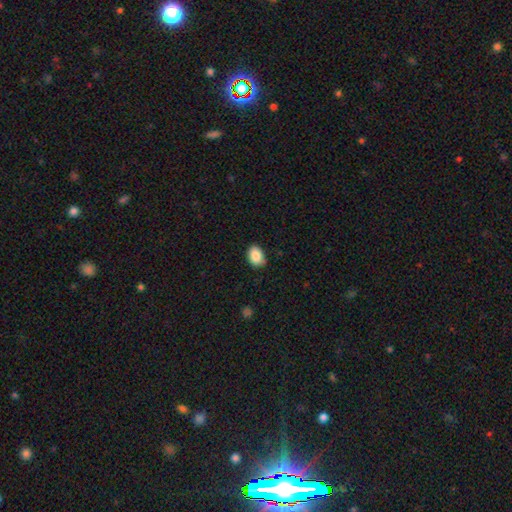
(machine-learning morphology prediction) This appears to be a smooth galaxy with no disk features (89%) that is in between round and cigar-shaped (78%). Merging: none (83%).